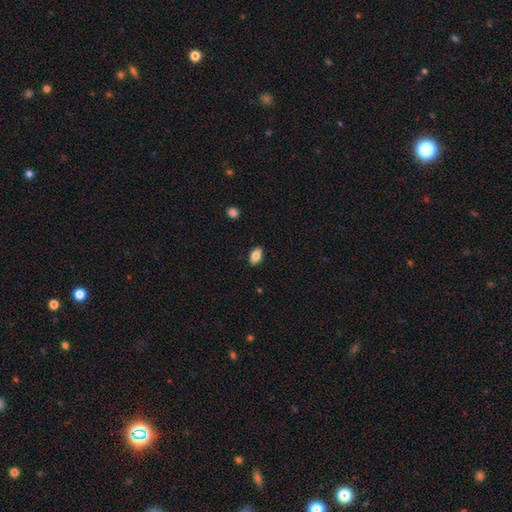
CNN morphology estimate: smooth 85%, star or artifact 8%, featured or disk 7%. Down the decision tree: how rounded — in between (91%); merging — none (88%).